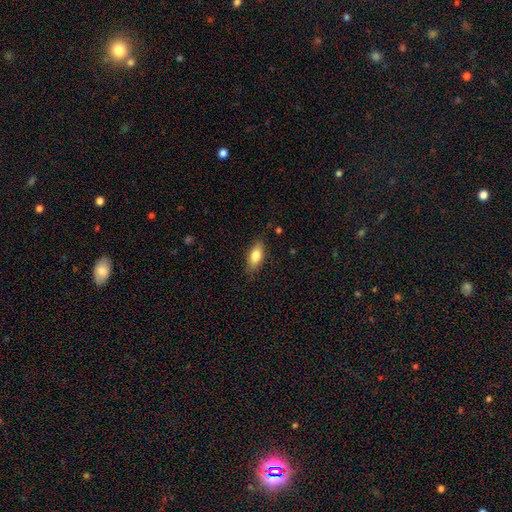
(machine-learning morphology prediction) Smooth or featured?
  - smooth: 78% *
  - featured or disk: 16%
  - star or artifact: 7%
How rounded?
  - in between: 77% *
  - cigar-shaped: 20%
  - round: 3%
Merging?
  - none: 83% *
  - minor disturbance: 14%
  - major disturbance: 3%
  - merger: 1%